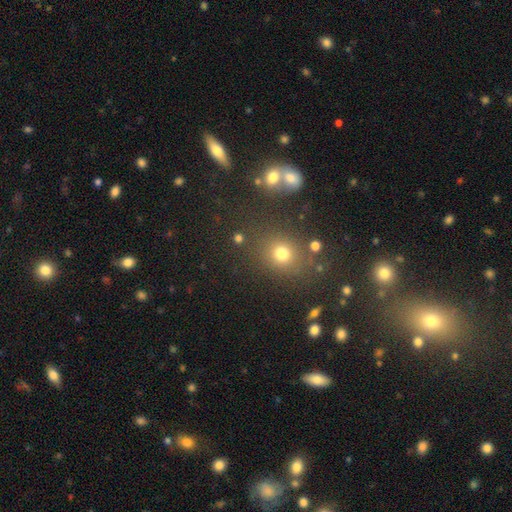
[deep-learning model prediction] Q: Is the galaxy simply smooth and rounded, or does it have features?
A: smooth — 53%.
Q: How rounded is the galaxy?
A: round — 81%.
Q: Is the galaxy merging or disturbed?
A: none — 78%.